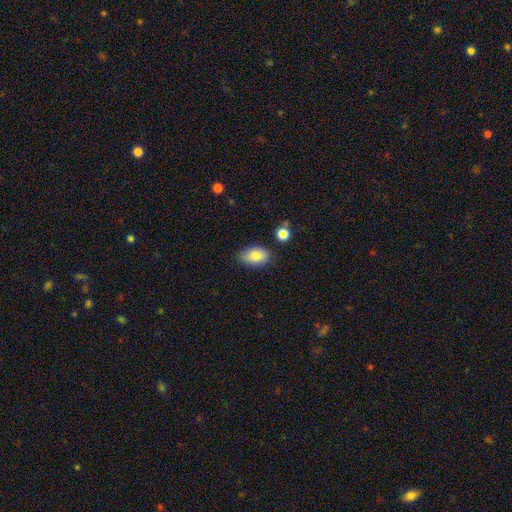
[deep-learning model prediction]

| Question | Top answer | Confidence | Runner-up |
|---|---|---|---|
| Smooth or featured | smooth | 83% | featured or disk (10%) |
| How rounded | in between | 90% | round (9%) |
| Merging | none | 78% | minor disturbance (16%) |